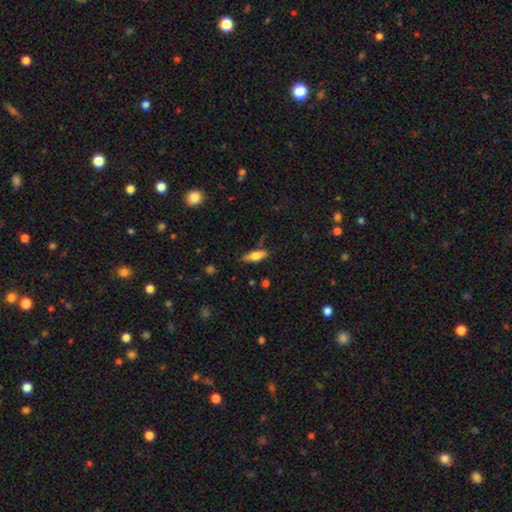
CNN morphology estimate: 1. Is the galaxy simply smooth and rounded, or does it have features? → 57% smooth, 36% featured or disk, 7% star or artifact.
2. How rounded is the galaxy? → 58% in between, 39% cigar-shaped, 3% round.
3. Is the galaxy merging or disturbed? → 71% none, 19% minor disturbance, 5% merger, 5% major disturbance.